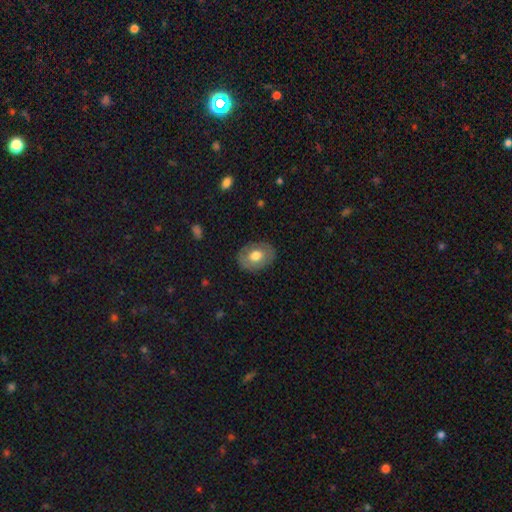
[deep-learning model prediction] This appears to be a smooth galaxy with no disk features (63%) that is in between round and cigar-shaped (67%). Merging: none (84%).